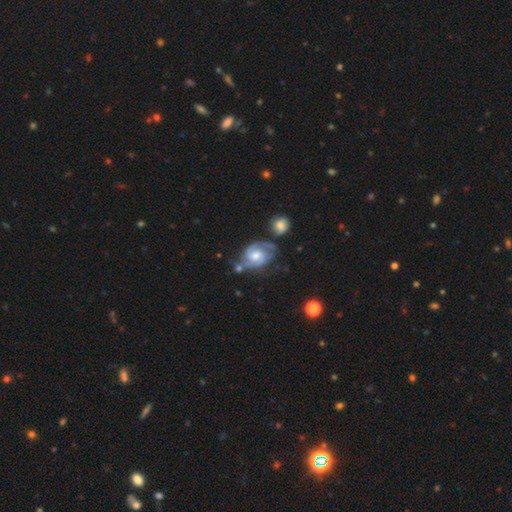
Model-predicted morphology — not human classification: Smooth or featured: featured or disk — 86% (smooth — 9%)
Edge-on disk: no — 98% (yes — 2%)
Bar: no — 45% (tied with weak — 45%)
Spiral arms: yes — 97% (no — 3%)
Spiral winding: medium — 47% (tight — 42%)
Spiral arm count: 2 — 87% (can't tell — 5%)
Bulge size: moderate — 64% (small — 22%)
Merging: none — 58% (minor disturbance — 21%)